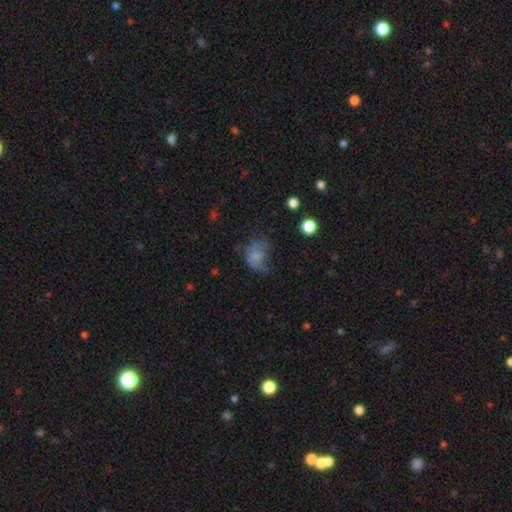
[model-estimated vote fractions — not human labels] Smooth or featured? Predicted: smooth (p=0.57). How rounded? Predicted: in between (p=0.61). Merging? Predicted: major disturbance (p=0.44).